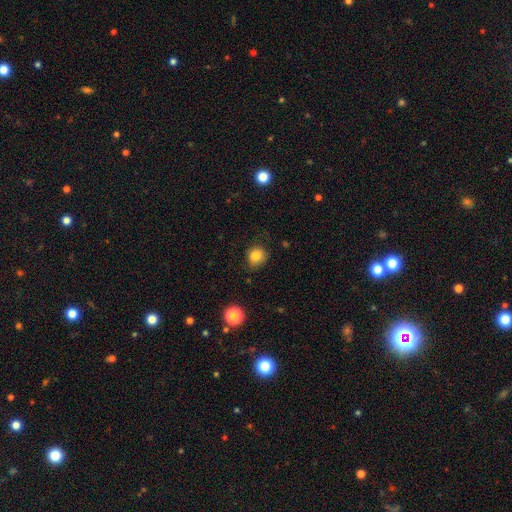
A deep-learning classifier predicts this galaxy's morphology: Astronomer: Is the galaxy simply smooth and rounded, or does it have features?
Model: smooth — 83%.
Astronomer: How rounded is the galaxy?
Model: round — 81%.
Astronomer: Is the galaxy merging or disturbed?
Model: none — 77%.